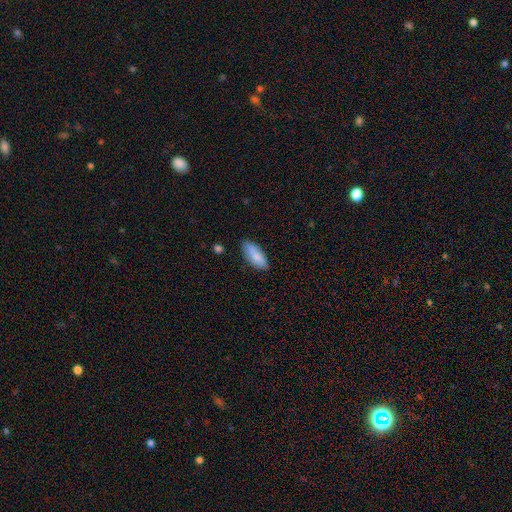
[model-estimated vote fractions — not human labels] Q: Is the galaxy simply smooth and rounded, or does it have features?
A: smooth — 81%.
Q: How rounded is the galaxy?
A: in between — 81%.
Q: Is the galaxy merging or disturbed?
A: none — 79%.